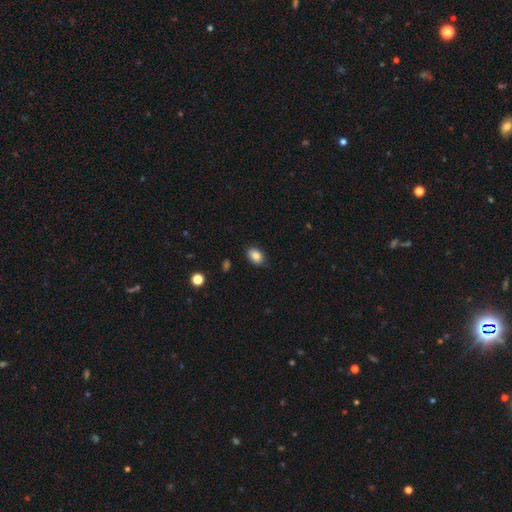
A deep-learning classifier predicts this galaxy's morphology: smooth 85%, star or artifact 9%, featured or disk 6%. Down the decision tree: how rounded — in between (80%); merging — none (84%).